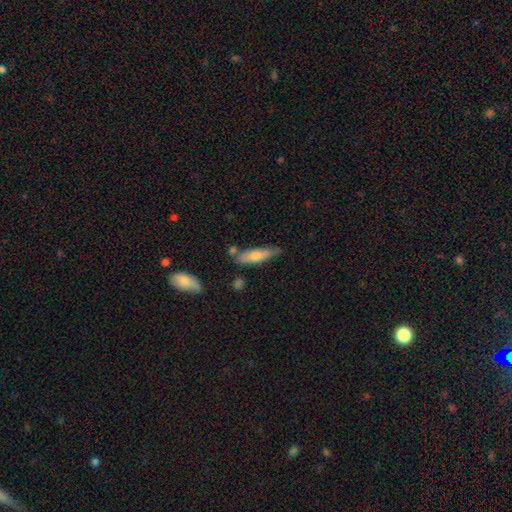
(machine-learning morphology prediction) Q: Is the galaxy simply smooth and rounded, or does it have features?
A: smooth — 63%.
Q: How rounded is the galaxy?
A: cigar-shaped — 69%.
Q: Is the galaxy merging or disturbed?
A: none — 71%.